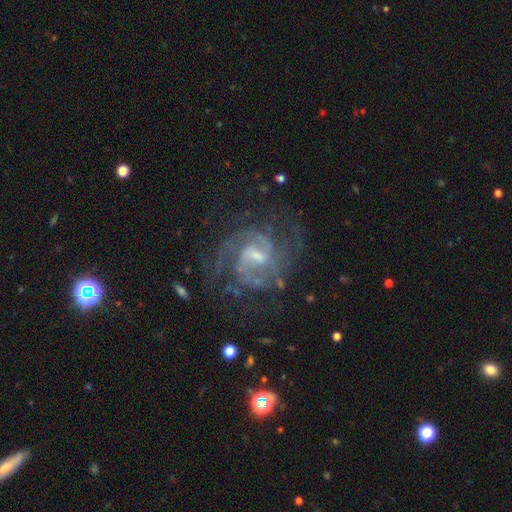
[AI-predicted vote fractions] Q: Smooth or featured?
A: featured or disk (88%); runner-up: star or artifact (7%)
Q: Edge-on disk?
A: no (98%); runner-up: yes (2%)
Q: Bar?
A: weak (60%); runner-up: no (22%)
Q: Spiral arms?
A: yes (95%); runner-up: no (5%)
Q: Spiral winding?
A: medium (46%); runner-up: tight (40%)
Q: Spiral arm count?
A: 2 (39%); runner-up: can't tell (23%)
Q: Bulge size?
A: small (49%); runner-up: moderate (38%)
Q: Merging?
A: none (64%); runner-up: minor disturbance (17%)